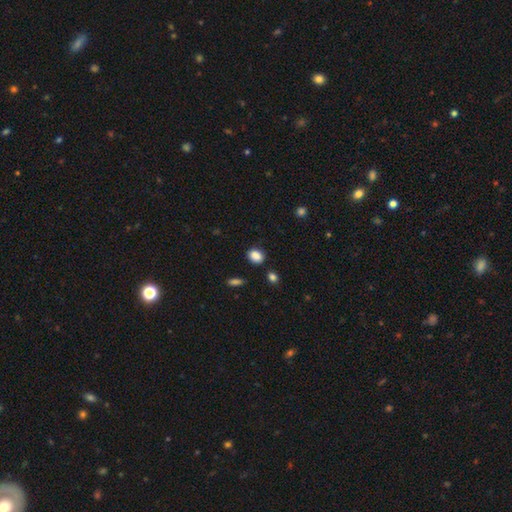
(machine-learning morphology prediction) Smooth or featured? smooth (87%)
How rounded? in between (54%)
Merging? none (81%)